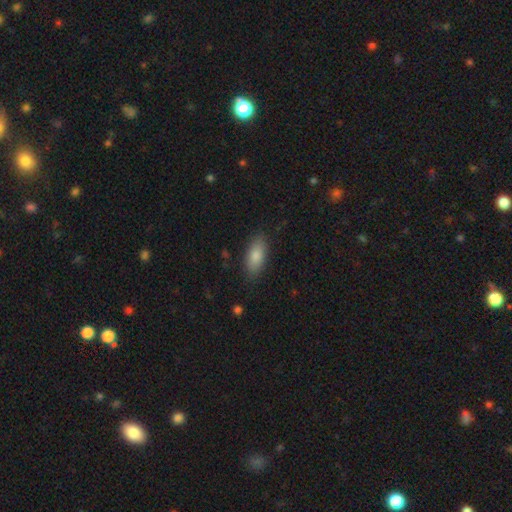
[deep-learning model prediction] smooth-or-featured: smooth: 82% | featured or disk: 10% | star or artifact: 7%
  how-rounded: in between: 83% | cigar-shaped: 14% | round: 3%
  merging: none: 86% | minor disturbance: 10% | major disturbance: 2% | merger: 1%